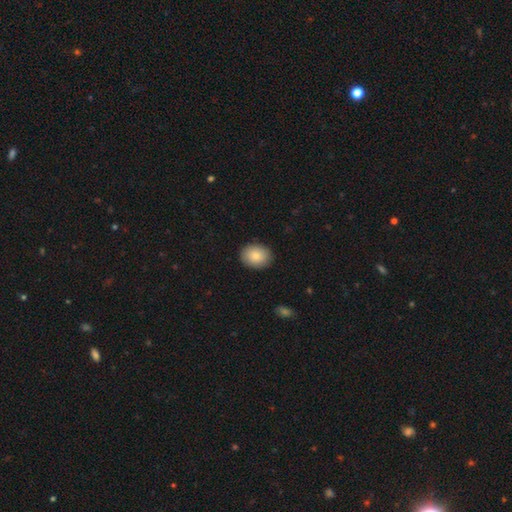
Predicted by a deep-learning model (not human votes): The model was most divided on "how rounded": in between: 56%, round: 43%, cigar-shaped: 1%. More confident: merging — none (89%); smooth or featured — smooth (87%).